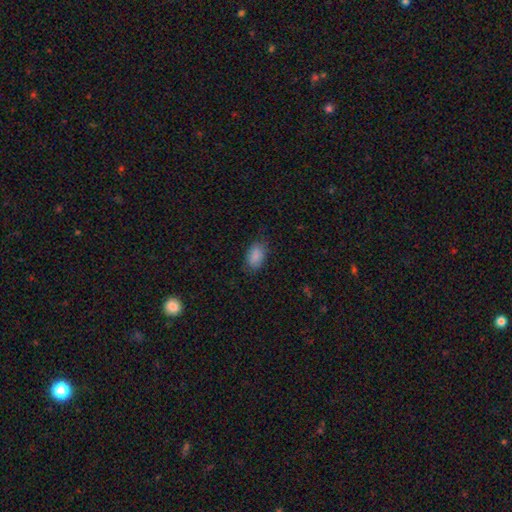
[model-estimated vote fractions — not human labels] smooth-or-featured: smooth: 88% | star or artifact: 8% | featured or disk: 4%
  how-rounded: in between: 90% | round: 8% | cigar-shaped: 2%
  merging: none: 79% | minor disturbance: 16% | major disturbance: 4% | merger: 1%